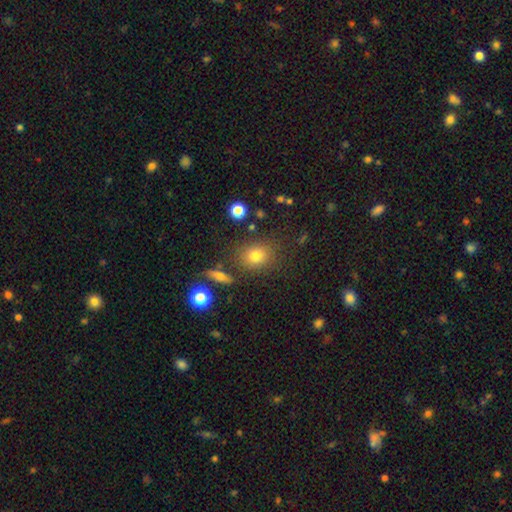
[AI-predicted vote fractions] smooth-or-featured: smooth: 76% | star or artifact: 14% | featured or disk: 10%
  how-rounded: round: 62% | in between: 37% | cigar-shaped: 2%
  merging: none: 79% | minor disturbance: 11% | merger: 6% | major disturbance: 4%